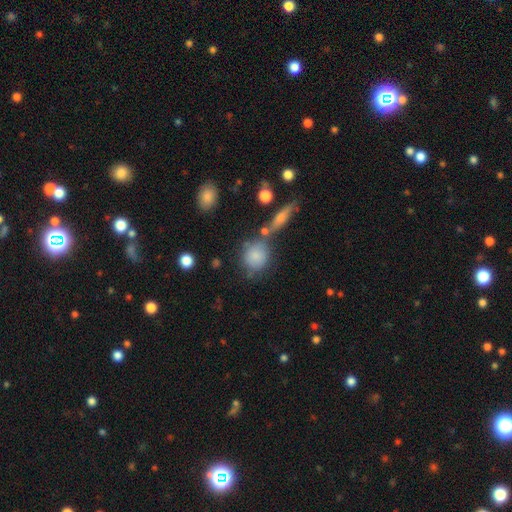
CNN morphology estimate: smooth_or_featured: smooth (p=0.81) [alt: featured or disk p=0.10]
how_rounded: round (p=0.69) [alt: in between p=0.28]
merging: none (p=0.58) [alt: merger p=0.18]